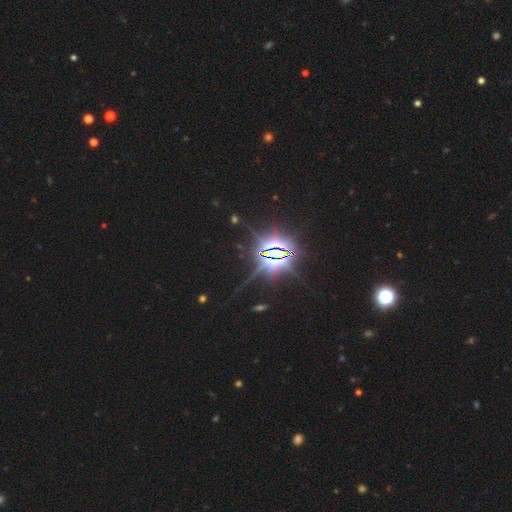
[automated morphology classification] Smooth or featured: star or artifact — 85% (smooth — 9%)